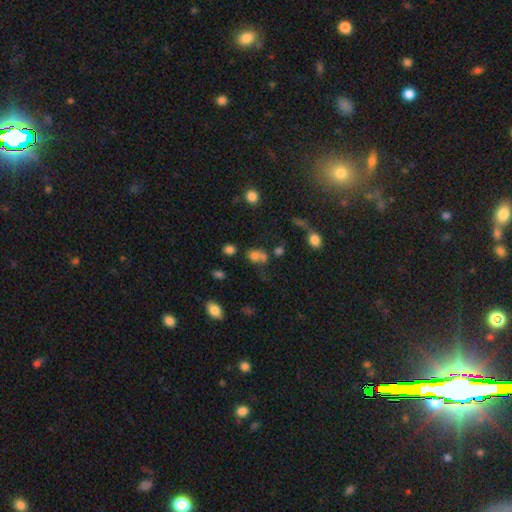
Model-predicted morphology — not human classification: The model was most divided on "merging": merger: 46%, none: 33%, minor disturbance: 11%, major disturbance: 10%. More confident: smooth or featured — smooth (69%); how rounded — round (57%).